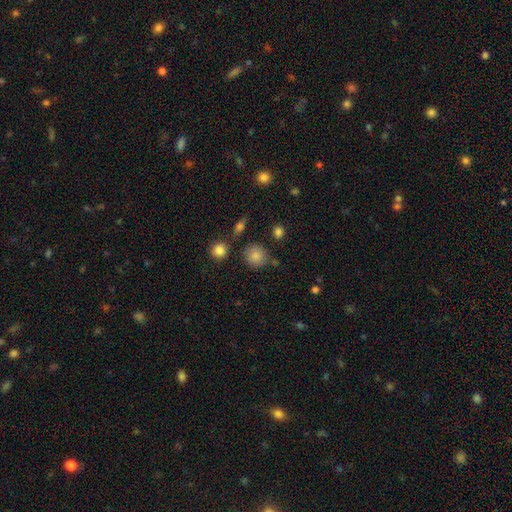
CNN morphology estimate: Q: Smooth or featured?
A: smooth (83%); runner-up: star or artifact (10%)
Q: How rounded?
A: round (87%); runner-up: in between (12%)
Q: Merging?
A: none (78%); runner-up: minor disturbance (12%)